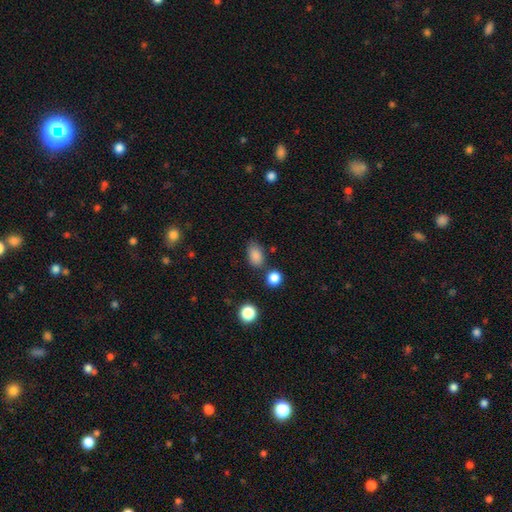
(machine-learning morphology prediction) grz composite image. It shows a smooth galaxy with no disk features (86%) that is in between round and cigar-shaped (85%). Merging: none (70%).